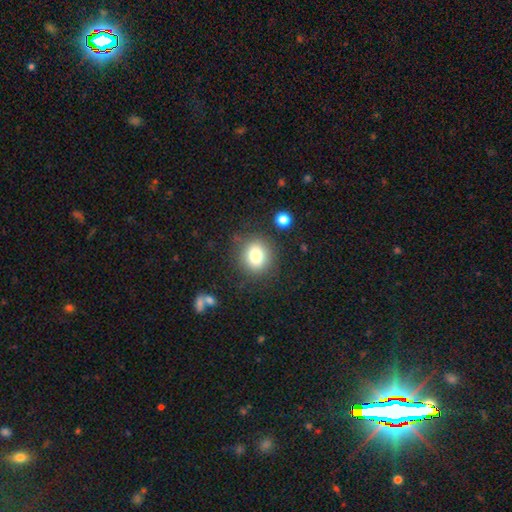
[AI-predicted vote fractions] Q: Smooth or featured?
A: smooth (78%); runner-up: star or artifact (12%)
Q: How rounded?
A: round (78%); runner-up: in between (21%)
Q: Merging?
A: none (81%); runner-up: minor disturbance (11%)